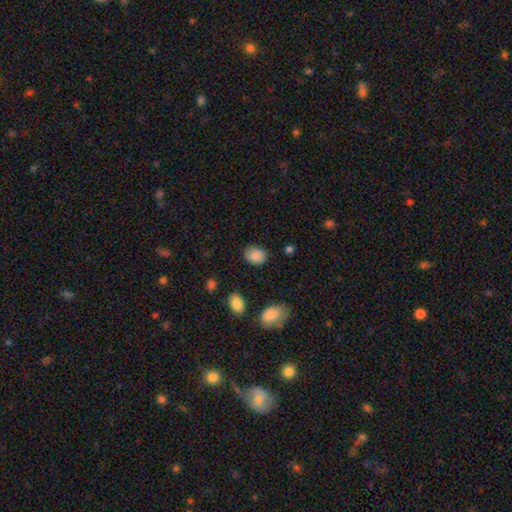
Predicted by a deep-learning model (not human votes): Smooth or featured?
  - smooth: 88% *
  - star or artifact: 8%
  - featured or disk: 4%
How rounded?
  - in between: 58% *
  - round: 41%
  - cigar-shaped: 1%
Merging?
  - none: 81% *
  - minor disturbance: 14%
  - major disturbance: 4%
  - merger: 2%